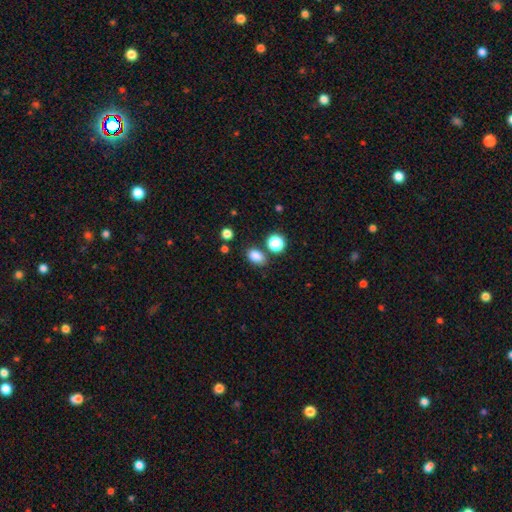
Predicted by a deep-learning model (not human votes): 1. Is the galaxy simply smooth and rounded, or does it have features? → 83% smooth, 13% star or artifact, 5% featured or disk.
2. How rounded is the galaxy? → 74% in between, 25% round, 1% cigar-shaped.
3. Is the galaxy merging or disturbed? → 76% none, 12% minor disturbance, 8% merger, 4% major disturbance.